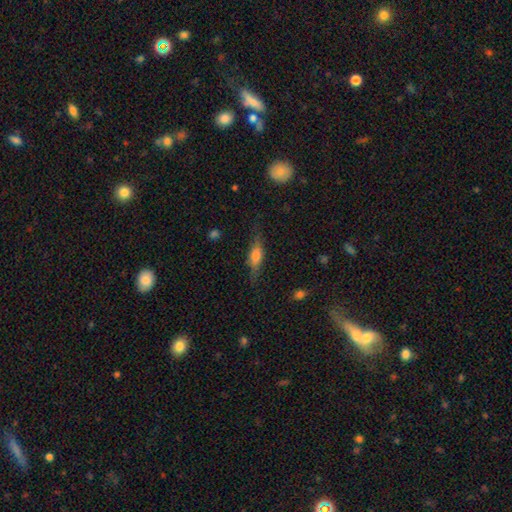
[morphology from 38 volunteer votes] type=featured or disk (55%); edge-on=yes (95%); edge-on bulge=rounded (70%); merging=none (68%).